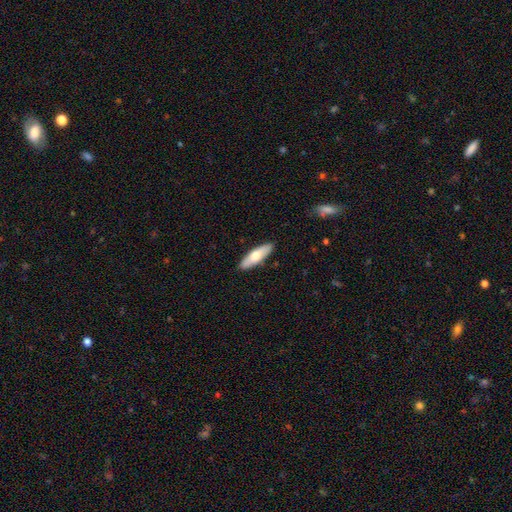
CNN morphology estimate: smooth-or-featured: smooth: 63% | featured or disk: 32% | star or artifact: 5%
  how-rounded: cigar-shaped: 50% | in between: 48% | round: 2%
  merging: none: 89% | minor disturbance: 8% | major disturbance: 2% | merger: 1%